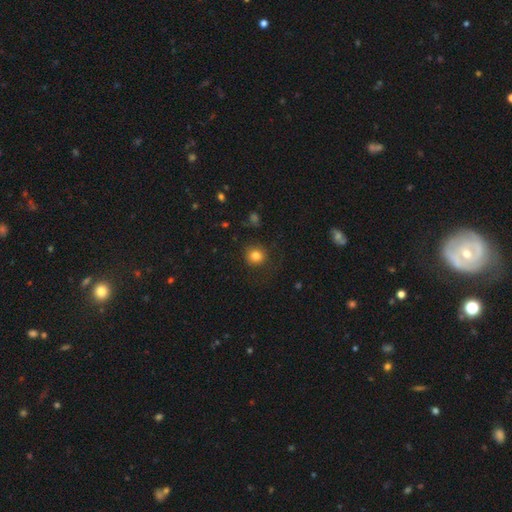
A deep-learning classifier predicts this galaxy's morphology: A smooth galaxy with no disk features (82%) that is round (89%). Merging: none (82%).